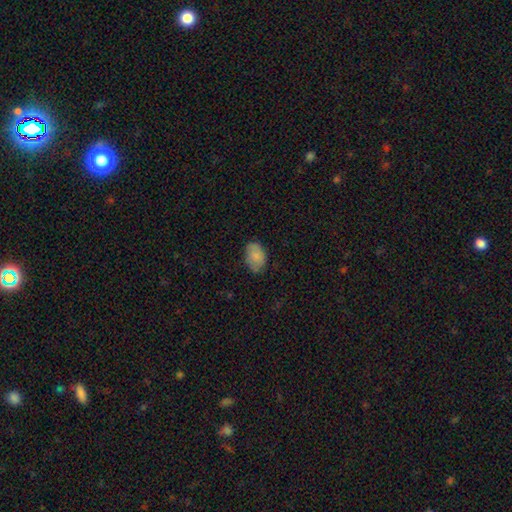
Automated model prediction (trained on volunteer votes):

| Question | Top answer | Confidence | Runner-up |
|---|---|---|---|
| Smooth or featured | smooth | 84% | featured or disk (9%) |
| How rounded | in between | 86% | round (13%) |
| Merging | none | 74% | minor disturbance (21%) |